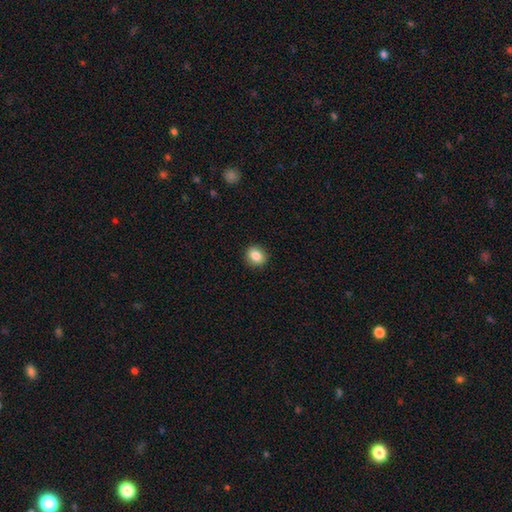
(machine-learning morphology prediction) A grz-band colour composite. It shows a smooth galaxy with no disk features (86%) that is round (72%). Merging: none (91%).